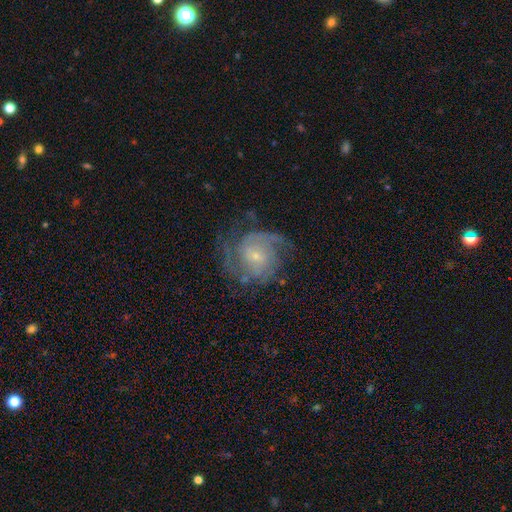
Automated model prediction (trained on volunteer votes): The model was most divided on "spiral winding": medium: 44%, tight: 43%, loose: 13%. Remaining: edge-on disk — no (98%); spiral arms — yes (96%); smooth or featured — featured or disk (85%); bulge size — small (73%); merging — none (68%); bar — no (55%); spiral arm count — 2 (45%).